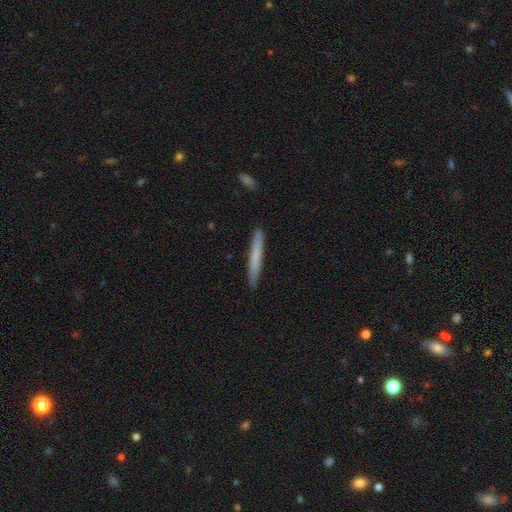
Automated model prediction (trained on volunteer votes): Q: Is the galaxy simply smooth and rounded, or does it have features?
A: smooth — 69%.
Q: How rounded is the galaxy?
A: cigar-shaped — 96%.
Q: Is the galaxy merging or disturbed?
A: none — 91%.